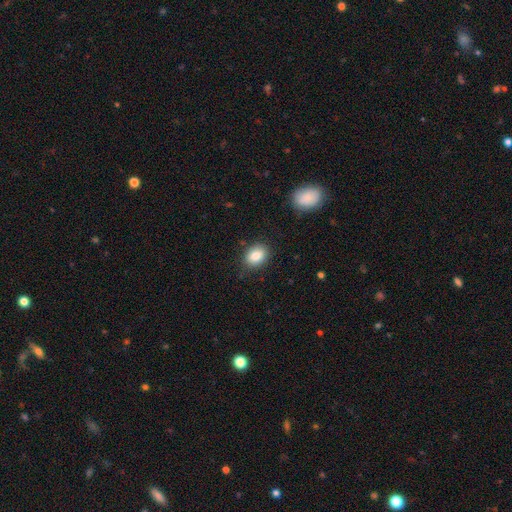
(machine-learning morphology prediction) Smooth or featured: smooth — 84% (star or artifact — 9%)
How rounded: in between — 64% (round — 35%)
Merging: none — 85% (minor disturbance — 11%)